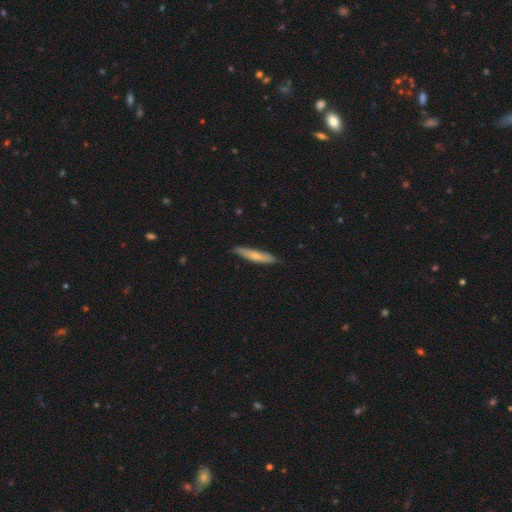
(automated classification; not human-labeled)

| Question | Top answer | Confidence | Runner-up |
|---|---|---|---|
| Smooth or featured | smooth | 63% | featured or disk (31%) |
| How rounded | cigar-shaped | 89% | in between (9%) |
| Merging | none | 83% | minor disturbance (14%) |